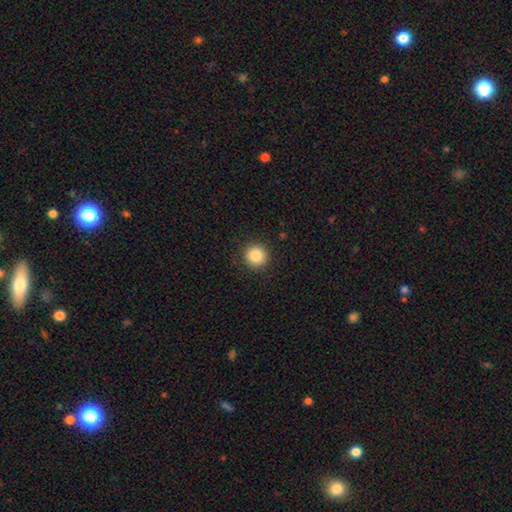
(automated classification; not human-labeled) This is clearly a smooth galaxy (86%). How rounded: clearly round (94%). Merging: clearly none (91%).